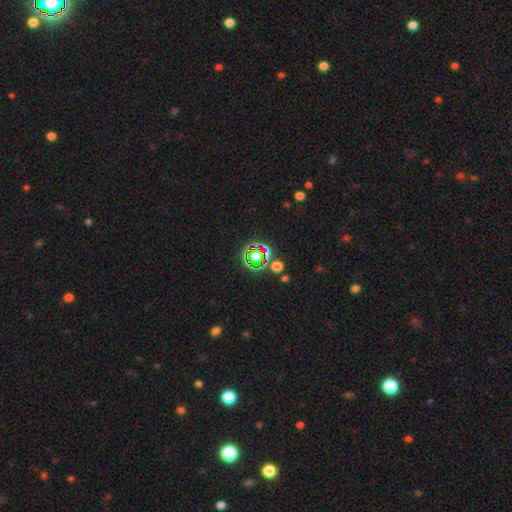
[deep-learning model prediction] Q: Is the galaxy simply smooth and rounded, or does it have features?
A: star or artifact — 64%.